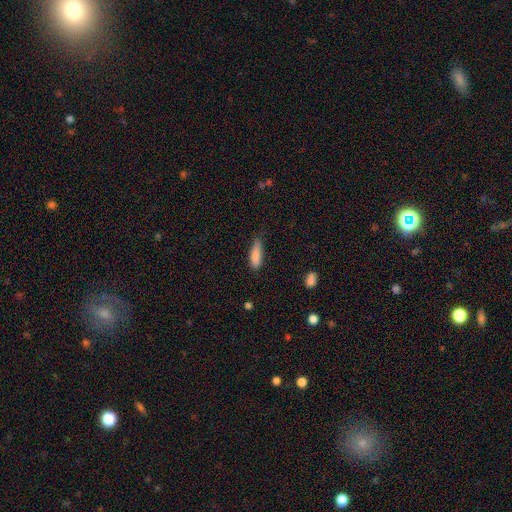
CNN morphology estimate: The model was most divided on "how rounded": cigar-shaped: 52%, in between: 47%, round: 2%. More confident: smooth or featured — smooth (85%); merging — none (58%).